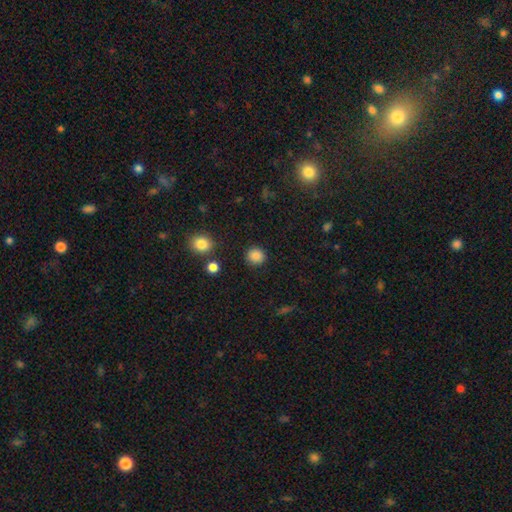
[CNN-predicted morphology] type=smooth (86%); roundness=round (91%); merging=none (90%).